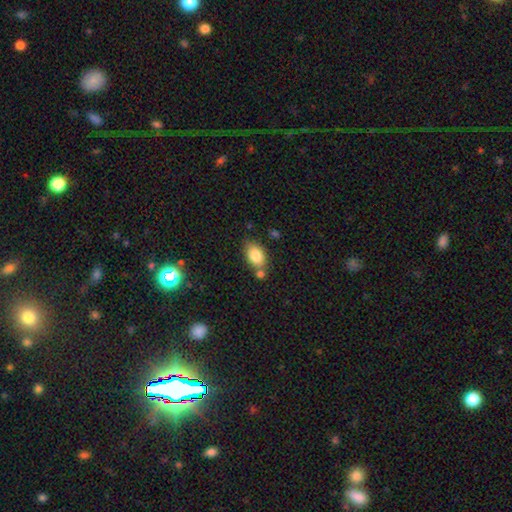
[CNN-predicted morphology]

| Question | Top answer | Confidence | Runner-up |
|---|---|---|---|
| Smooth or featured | smooth | 84% | featured or disk (8%) |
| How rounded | in between | 87% | round (12%) |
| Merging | none | 68% | minor disturbance (15%) |